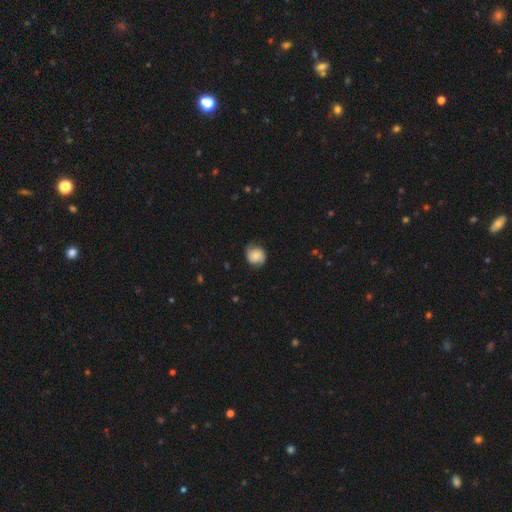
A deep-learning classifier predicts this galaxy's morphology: This appears to be a smooth galaxy with no disk features (53%) that is round (80%). Merging: none (73%).